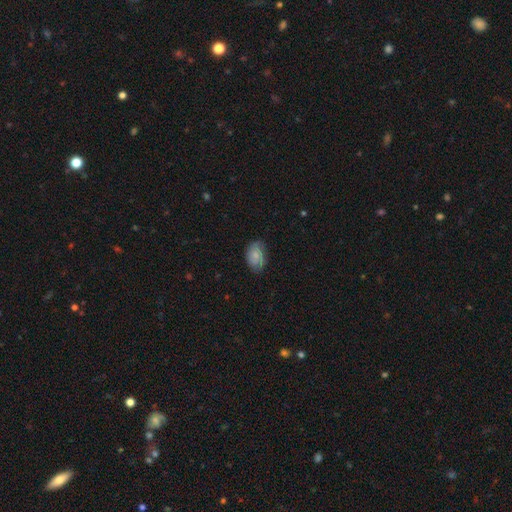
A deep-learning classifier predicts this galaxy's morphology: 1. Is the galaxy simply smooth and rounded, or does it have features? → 72% smooth, 20% featured or disk, 7% star or artifact.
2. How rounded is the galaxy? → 84% in between, 14% round, 1% cigar-shaped.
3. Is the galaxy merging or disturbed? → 63% none, 29% minor disturbance, 7% major disturbance, 1% merger.